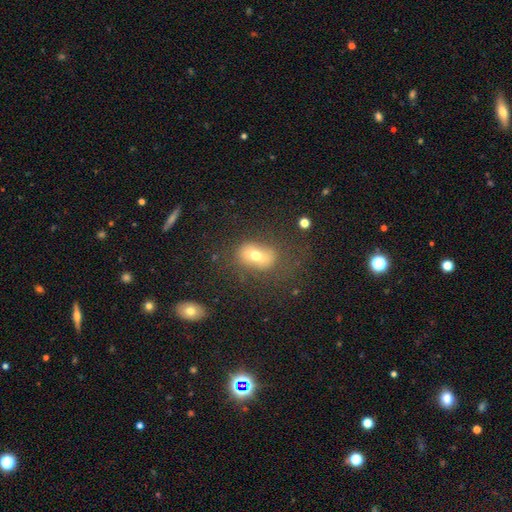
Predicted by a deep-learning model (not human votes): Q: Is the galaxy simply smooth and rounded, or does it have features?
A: smooth — 61%.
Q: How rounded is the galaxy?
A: in between — 73%.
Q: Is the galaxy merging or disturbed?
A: none — 57%.